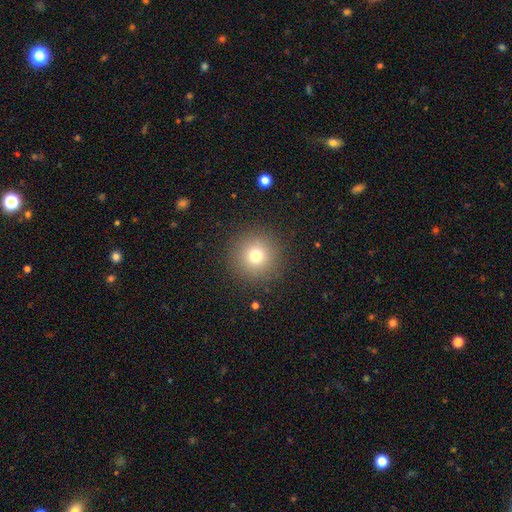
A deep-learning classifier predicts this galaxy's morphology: This appears to be a smooth galaxy with no disk features (75%) that is round (96%). Merging: none (90%).